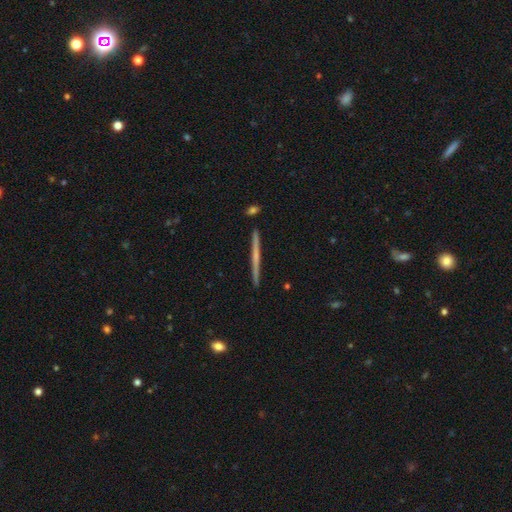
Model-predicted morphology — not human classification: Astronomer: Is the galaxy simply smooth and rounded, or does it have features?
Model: featured or disk — 61%.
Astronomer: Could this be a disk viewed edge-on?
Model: yes — 98%.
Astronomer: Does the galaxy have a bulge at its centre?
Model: none — 68%.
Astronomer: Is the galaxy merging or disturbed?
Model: none — 92%.